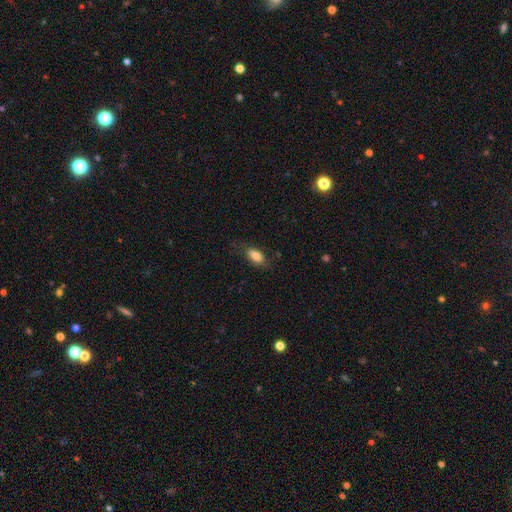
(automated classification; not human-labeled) Q: Smooth or featured?
A: smooth (82%); runner-up: featured or disk (11%)
Q: How rounded?
A: in between (88%); runner-up: cigar-shaped (8%)
Q: Merging?
A: none (72%); runner-up: minor disturbance (20%)